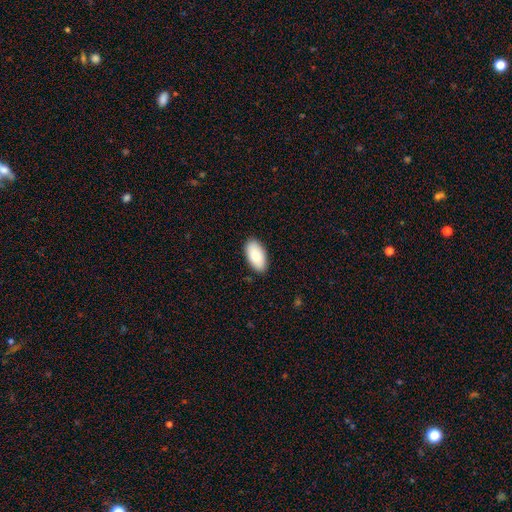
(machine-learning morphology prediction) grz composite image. It shows a smooth galaxy with no disk features (86%) that is in between round and cigar-shaped (95%). Merging: none (88%).